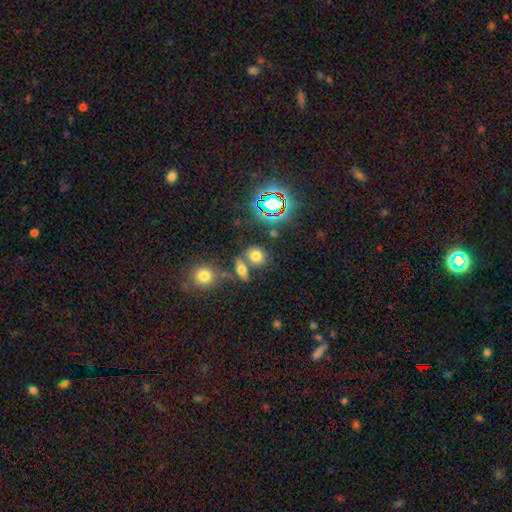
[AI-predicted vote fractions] Smooth or featured? Predicted: smooth (p=0.65). How rounded? Predicted: round (p=0.49). Merging? Predicted: none (p=0.61).